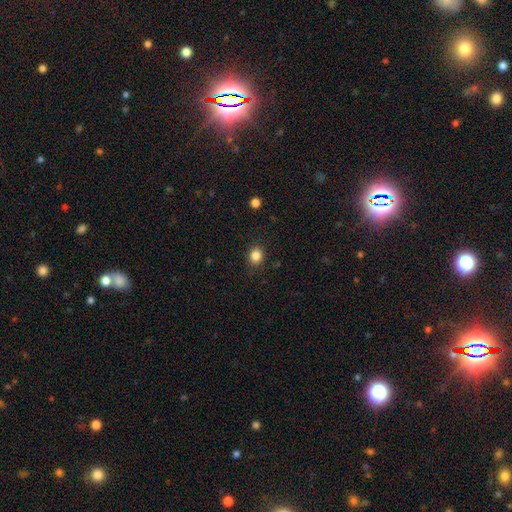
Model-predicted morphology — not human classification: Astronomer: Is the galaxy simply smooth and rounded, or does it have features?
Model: smooth — 85%.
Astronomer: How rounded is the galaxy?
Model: round — 70%.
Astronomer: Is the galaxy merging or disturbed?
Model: none — 87%.